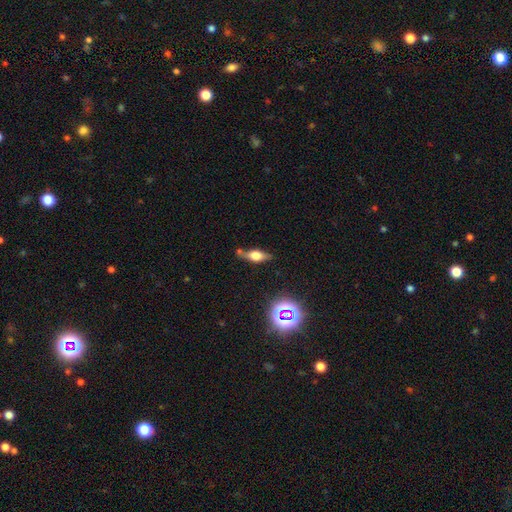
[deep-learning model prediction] This appears to be a featured or disk galaxy (44%, tied with smooth). Merging: none (67%).